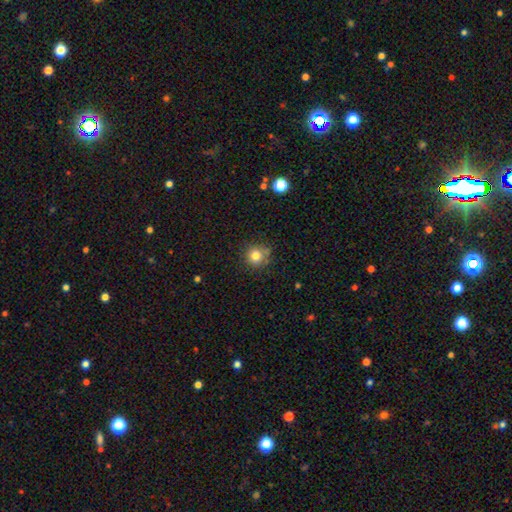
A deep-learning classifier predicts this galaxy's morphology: Smooth or featured?
  - smooth: 80% *
  - star or artifact: 12%
  - featured or disk: 8%
How rounded?
  - round: 91% *
  - in between: 8%
  - cigar-shaped: 1%
Merging?
  - none: 77% *
  - minor disturbance: 15%
  - merger: 5%
  - major disturbance: 4%